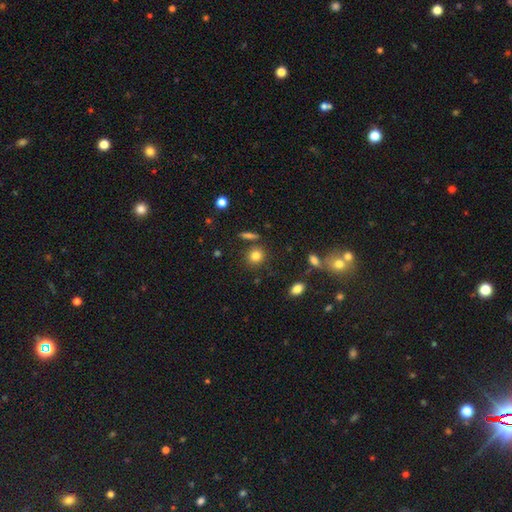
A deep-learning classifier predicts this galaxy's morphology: A smooth galaxy with no disk features (80%) that is round (82%). Merging: none (81%).